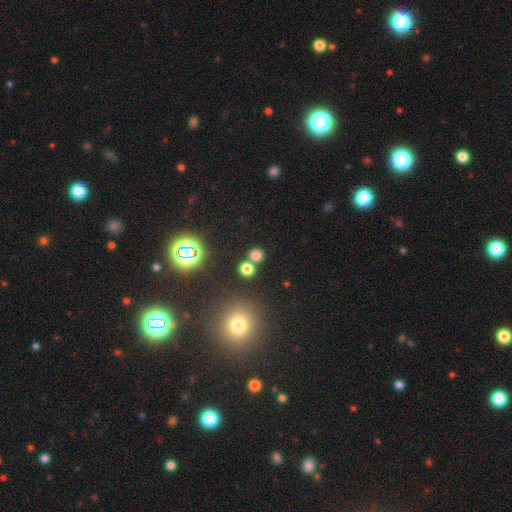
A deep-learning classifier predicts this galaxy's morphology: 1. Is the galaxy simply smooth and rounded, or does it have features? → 70% smooth, 23% star or artifact, 7% featured or disk.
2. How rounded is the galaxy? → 83% round, 16% in between, 1% cigar-shaped.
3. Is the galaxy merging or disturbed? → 64% none, 26% merger, 7% minor disturbance, 3% major disturbance.